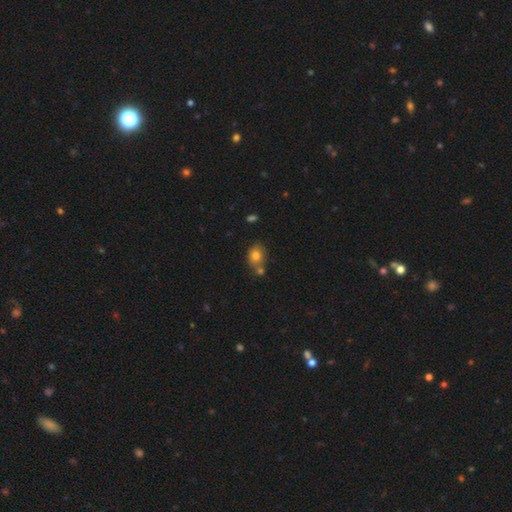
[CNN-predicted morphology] Smooth or featured?
  - smooth: 78% *
  - featured or disk: 12%
  - star or artifact: 10%
How rounded?
  - in between: 55% *
  - round: 44%
  - cigar-shaped: 1%
Merging?
  - none: 55% *
  - merger: 26%
  - minor disturbance: 15%
  - major disturbance: 4%